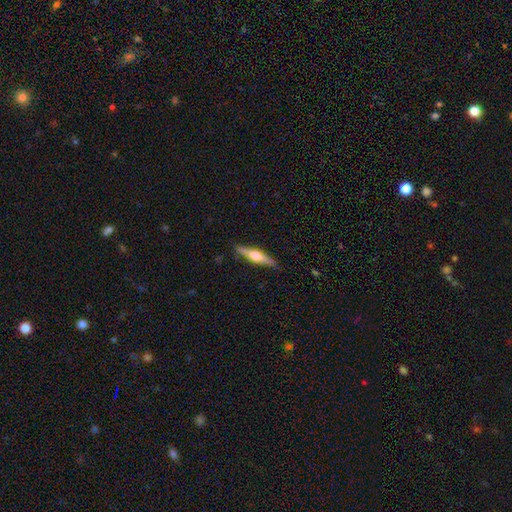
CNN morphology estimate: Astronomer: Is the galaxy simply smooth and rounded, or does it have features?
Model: featured or disk — 64%.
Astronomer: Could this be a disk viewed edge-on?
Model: yes — 97%.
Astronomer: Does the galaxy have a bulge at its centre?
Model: rounded — 91%.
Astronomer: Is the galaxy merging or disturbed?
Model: none — 87%.